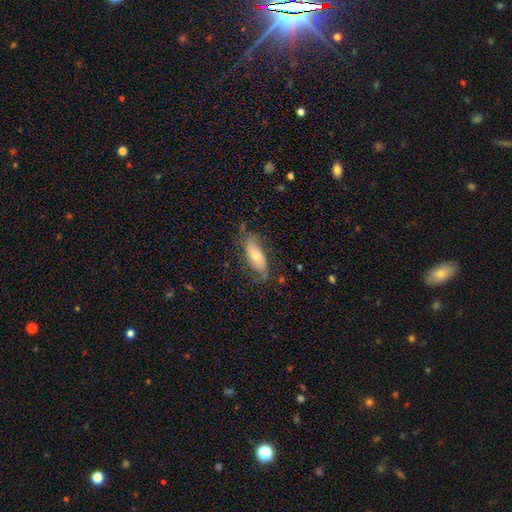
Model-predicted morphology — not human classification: Smooth or featured: featured or disk — 47% (smooth — 46%)
Merging: none — 65% (minor disturbance — 24%)